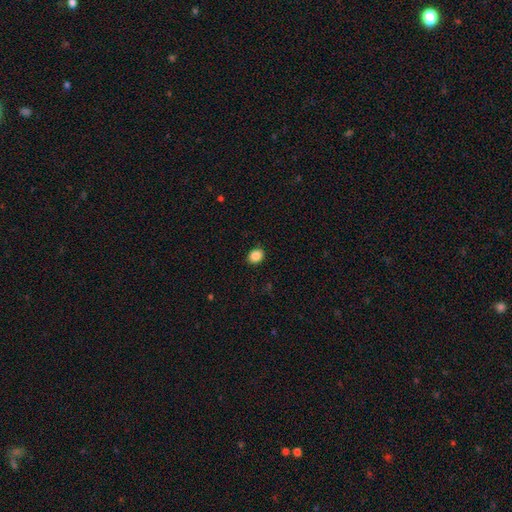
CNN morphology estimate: smooth_or_featured: smooth (p=0.88) [alt: star or artifact p=0.09]
how_rounded: in between (p=0.51) [alt: round p=0.48]
merging: none (p=0.89) [alt: minor disturbance p=0.08]